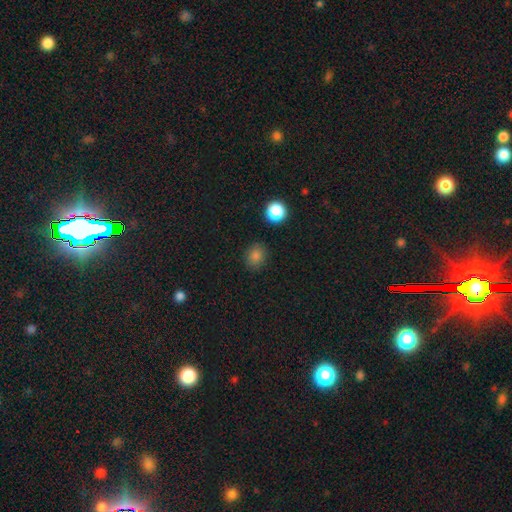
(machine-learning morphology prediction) A smooth galaxy with no disk features (81%) that is round (61%).

Vote fractions:
- Smooth or featured? smooth: 81% / star or artifact: 15% / featured or disk: 5%
- How rounded? round: 61% / in between: 38% / cigar-shaped: 1%
- Merging? none: 88% / minor disturbance: 8% / major disturbance: 2% / merger: 2%